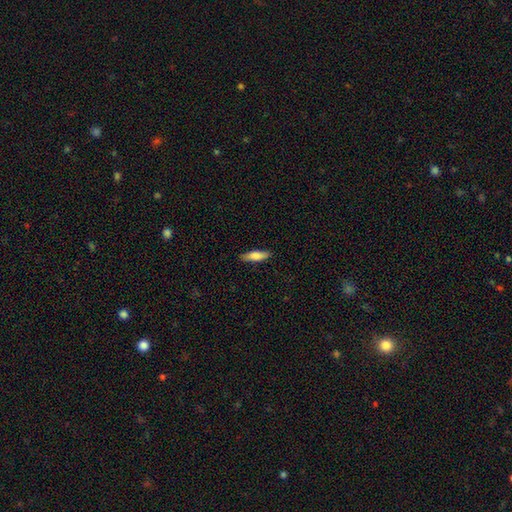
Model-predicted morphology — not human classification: The model was most divided on "how rounded": cigar-shaped: 55%, in between: 43%, round: 2%. More confident: merging — none (87%); smooth or featured — smooth (75%).